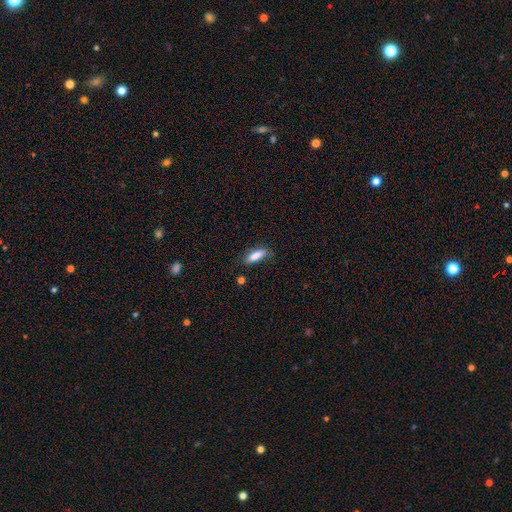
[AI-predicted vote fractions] smooth-or-featured: smooth: 83% | featured or disk: 10% | star or artifact: 7%
  how-rounded: in between: 52% | cigar-shaped: 46% | round: 2%
  merging: none: 70% | minor disturbance: 22% | major disturbance: 6% | merger: 2%